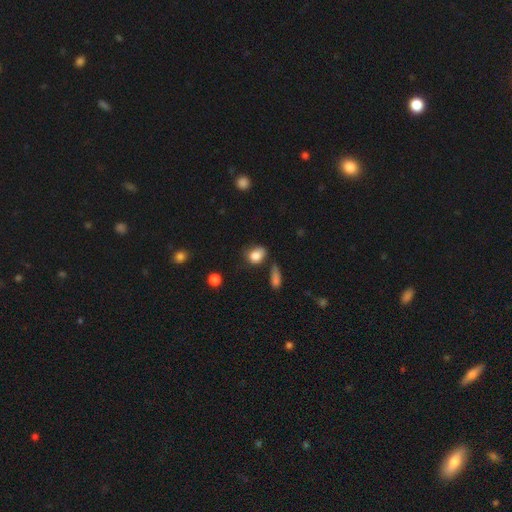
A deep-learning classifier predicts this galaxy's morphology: smooth-or-featured: smooth: 82% | star or artifact: 10% | featured or disk: 8%
  how-rounded: in between: 53% | round: 45% | cigar-shaped: 2%
  merging: none: 48% | minor disturbance: 30% | major disturbance: 12% | merger: 10%